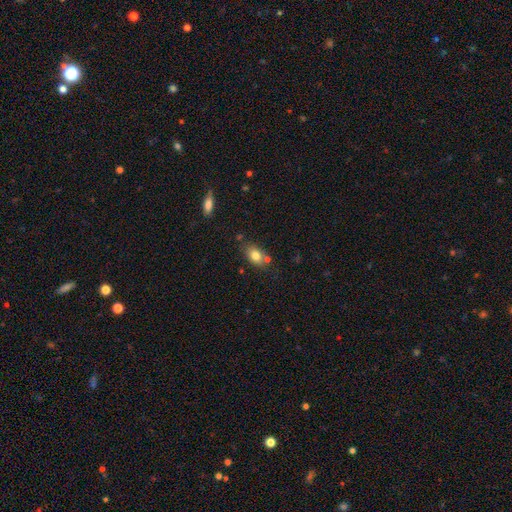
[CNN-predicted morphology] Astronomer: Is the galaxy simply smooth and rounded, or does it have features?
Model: smooth — 78%.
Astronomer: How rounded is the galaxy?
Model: in between — 80%.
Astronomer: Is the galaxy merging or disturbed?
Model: none — 64%.